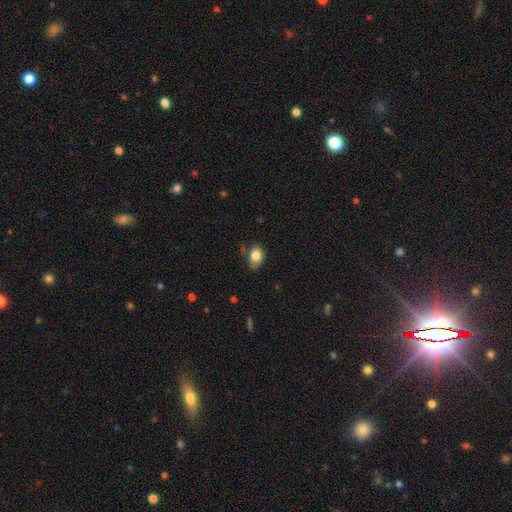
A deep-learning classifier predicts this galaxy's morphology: This is clearly a smooth galaxy (81%). How rounded: likely in between (78%). Merging: likely none (67%).